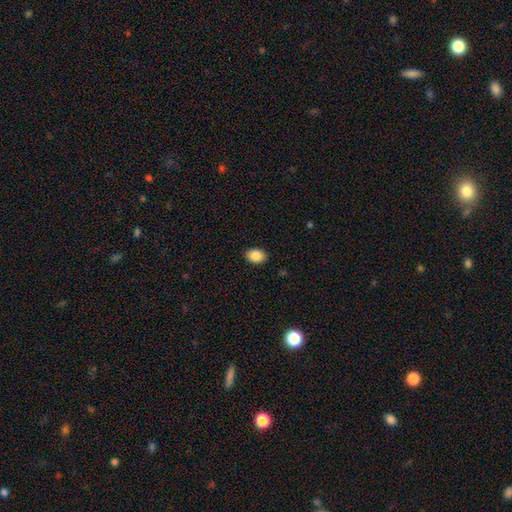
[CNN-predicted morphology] Smooth or featured? Predicted: smooth (p=0.87). How rounded? Predicted: in between (p=0.76). Merging? Predicted: none (p=0.90).